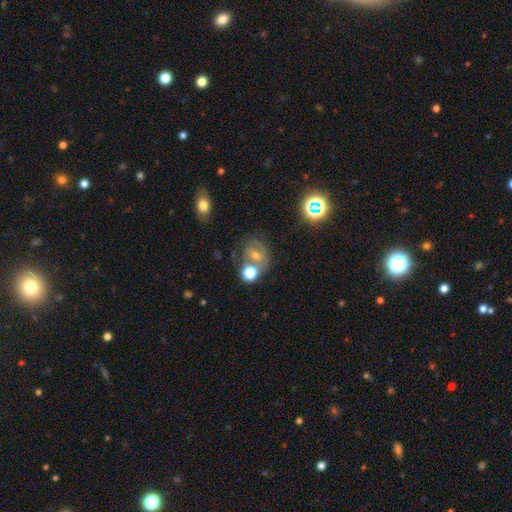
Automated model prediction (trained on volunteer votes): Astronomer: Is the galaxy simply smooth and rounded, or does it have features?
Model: featured or disk — 42% (runner-up: smooth, 33%).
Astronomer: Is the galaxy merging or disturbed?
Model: none — 60%.